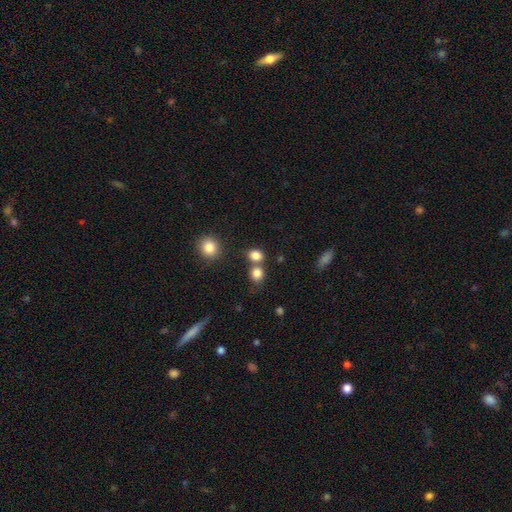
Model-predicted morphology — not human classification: smooth 83%, star or artifact 12%, featured or disk 6%. Down the decision tree: how rounded — round (55%); merging — none (56%).